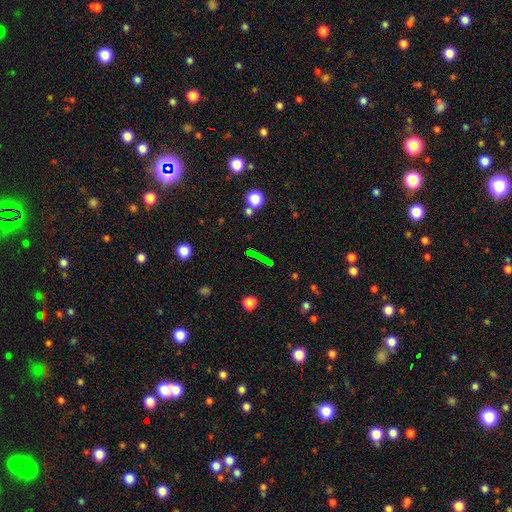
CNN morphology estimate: This appears to be a star or artifact, not a galaxy (55%).